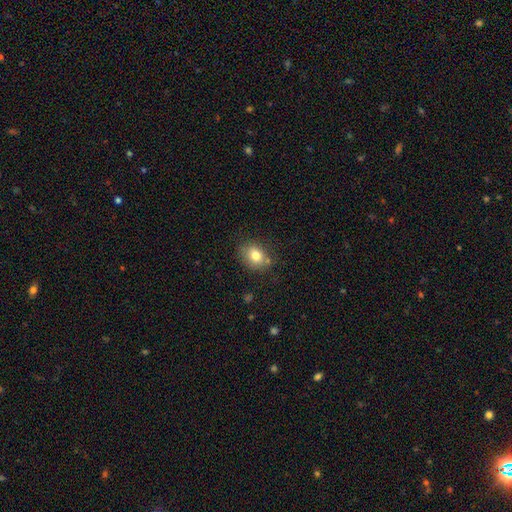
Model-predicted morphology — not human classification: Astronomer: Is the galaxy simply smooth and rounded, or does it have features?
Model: smooth — 79%.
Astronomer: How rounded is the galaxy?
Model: round — 50% (runner-up: in between, 49%).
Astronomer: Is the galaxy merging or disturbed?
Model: none — 73%.